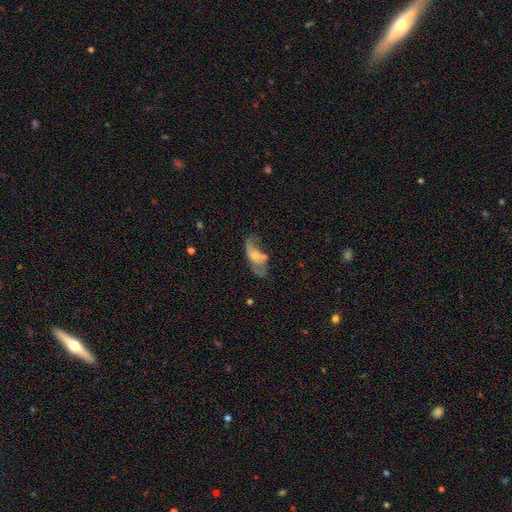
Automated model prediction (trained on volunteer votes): This appears to be a featured or disk galaxy (62%) with no bar (66%), spiral arms (72%) and a small central bulge (37%, tied with moderate). Merging: none (39%).